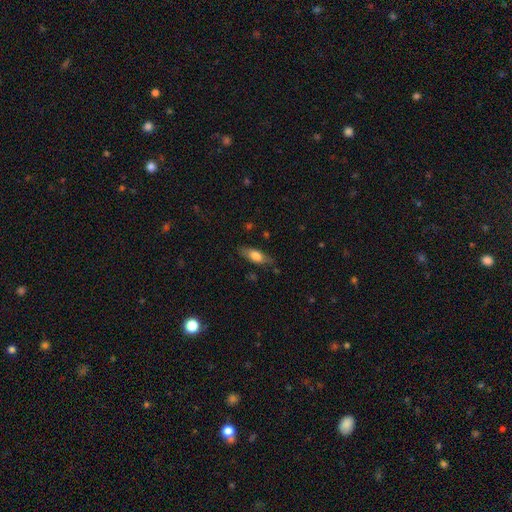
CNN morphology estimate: type=smooth (69%); roundness=in between (70%); merging=none (74%).